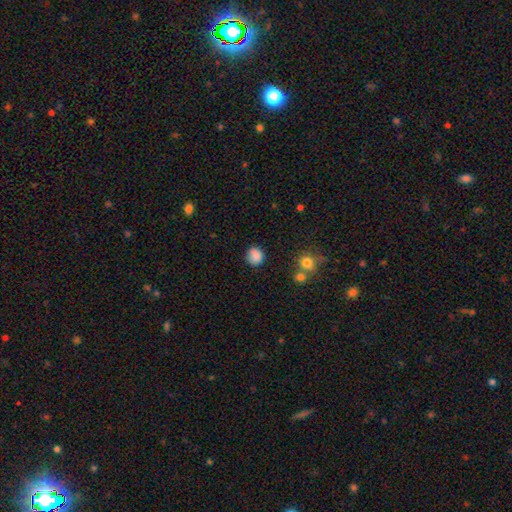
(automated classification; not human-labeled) smooth-or-featured: smooth: 85% | star or artifact: 10% | featured or disk: 5%
  how-rounded: round: 78% | in between: 21% | cigar-shaped: 1%
  merging: none: 77% | minor disturbance: 16% | major disturbance: 4% | merger: 3%